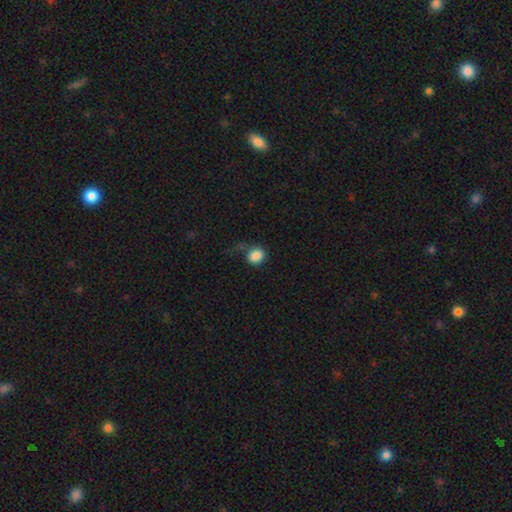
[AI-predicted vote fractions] smooth_or_featured: smooth (p=0.86) [alt: star or artifact p=0.08]
how_rounded: round (p=0.63) [alt: in between p=0.36]
merging: none (p=0.49) [alt: minor disturbance p=0.25]